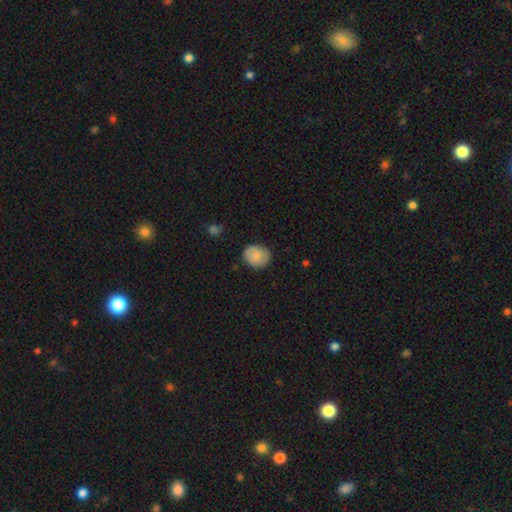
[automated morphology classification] type=smooth (78%); roundness=round (69%); merging=none (79%).